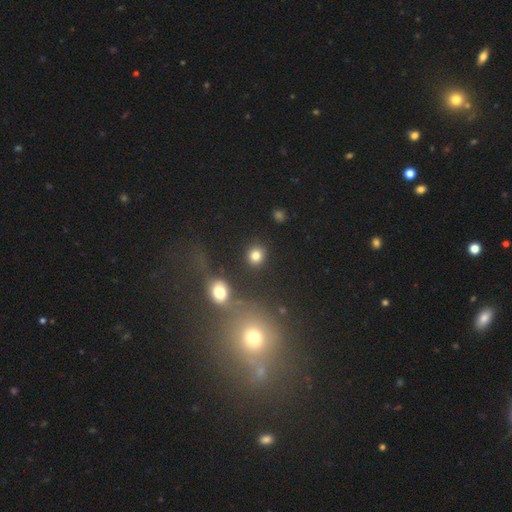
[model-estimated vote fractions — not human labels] smooth-or-featured: smooth: 82% | star or artifact: 12% | featured or disk: 6%
  how-rounded: round: 85% | in between: 14% | cigar-shaped: 1%
  merging: none: 86% | minor disturbance: 7% | merger: 4% | major disturbance: 3%